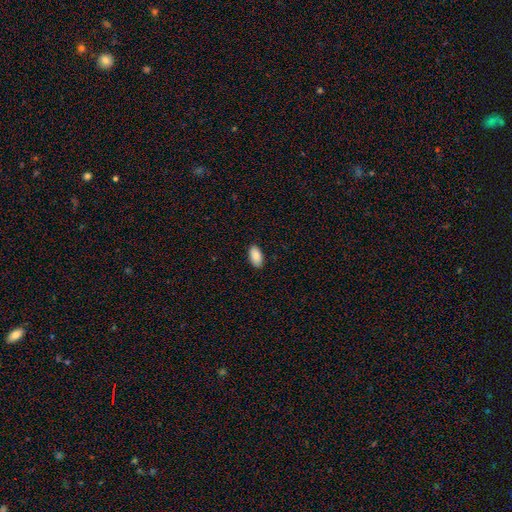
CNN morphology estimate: Smooth or featured?
  - smooth: 89% *
  - star or artifact: 6%
  - featured or disk: 4%
How rounded?
  - in between: 95% *
  - cigar-shaped: 3%
  - round: 3%
Merging?
  - none: 88% *
  - minor disturbance: 9%
  - major disturbance: 2%
  - merger: 1%